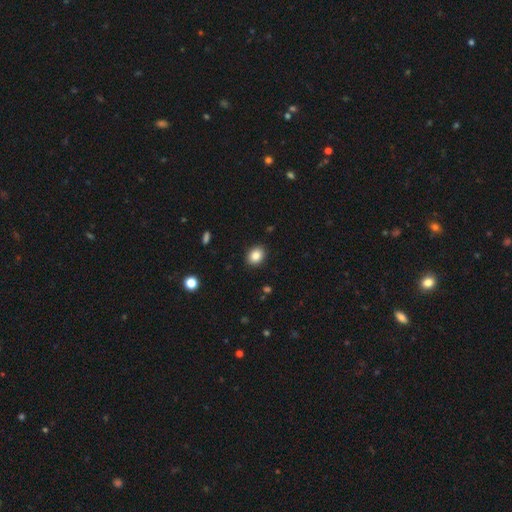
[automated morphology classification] A smooth galaxy with no disk features (86%) that is in between round and cigar-shaped (55%). Merging: none (89%).